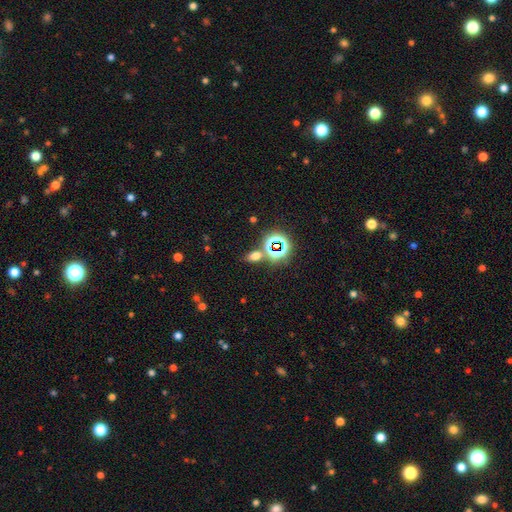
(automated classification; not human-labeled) This appears to be a smooth galaxy with no disk features (57%) that is in between round and cigar-shaped (77%). Merging: none (72%).